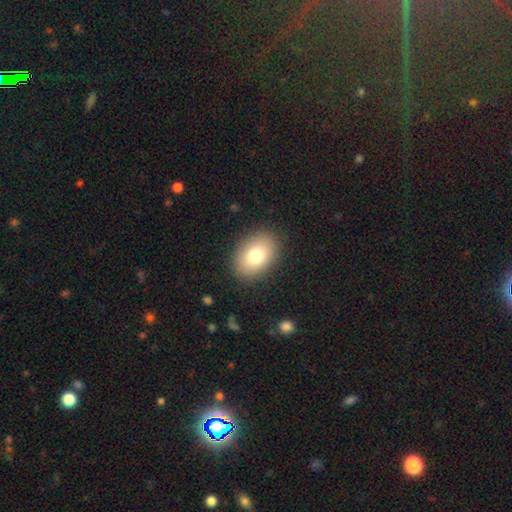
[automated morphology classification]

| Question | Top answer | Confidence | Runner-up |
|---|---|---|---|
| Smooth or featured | smooth | 78% | featured or disk (13%) |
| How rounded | in between | 77% | round (22%) |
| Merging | none | 88% | minor disturbance (8%) |